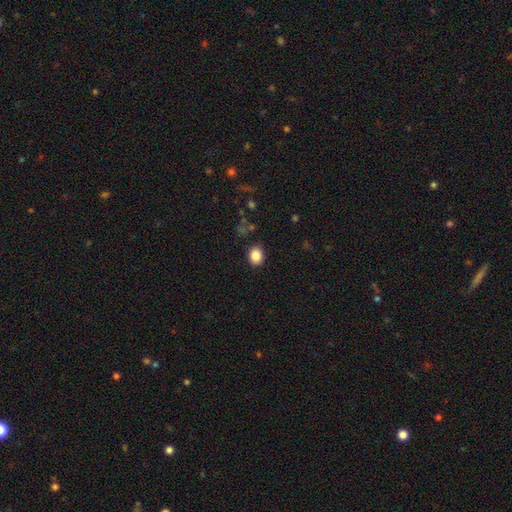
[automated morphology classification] type=smooth (86%); roundness=in between (51%); merging=none (85%).